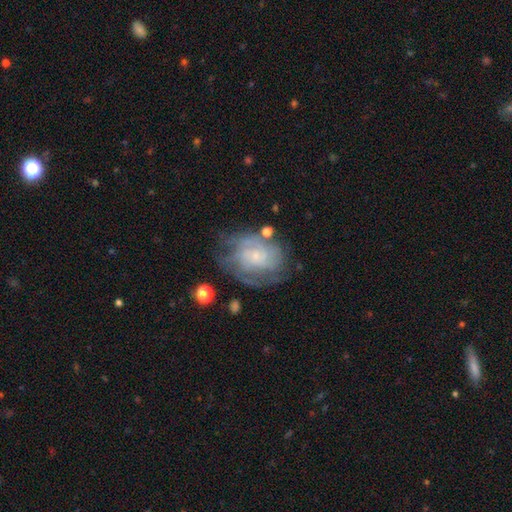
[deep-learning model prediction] Q: Smooth or featured?
A: featured or disk (75%); runner-up: smooth (17%)
Q: Edge-on disk?
A: no (97%); runner-up: yes (3%)
Q: Bar?
A: no (76%); runner-up: weak (21%)
Q: Spiral arms?
A: yes (83%); runner-up: no (17%)
Q: Spiral winding?
A: tight (57%); runner-up: medium (31%)
Q: Spiral arm count?
A: can't tell (51%); runner-up: 2 (16%)
Q: Bulge size?
A: small (76%); runner-up: moderate (14%)
Q: Merging?
A: none (55%); runner-up: minor disturbance (23%)